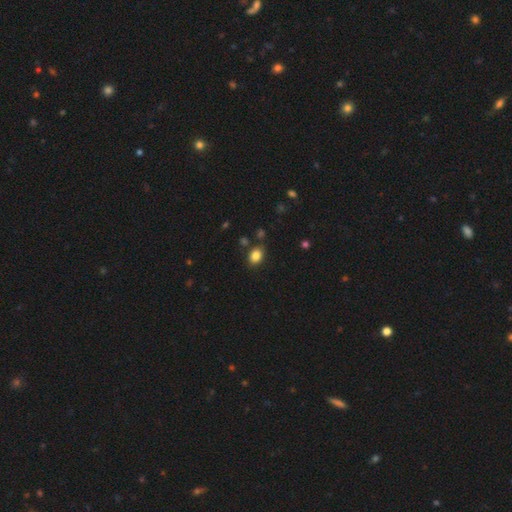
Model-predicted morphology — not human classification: smooth 84%, star or artifact 10%, featured or disk 5%. Down the decision tree: how rounded — in between (62%); merging — none (82%).